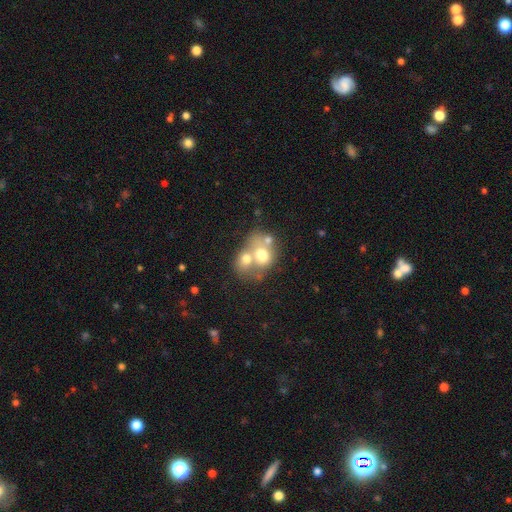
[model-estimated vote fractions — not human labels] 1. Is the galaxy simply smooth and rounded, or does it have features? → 53% smooth, 33% featured or disk, 14% star or artifact.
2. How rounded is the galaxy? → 58% round, 41% in between, 1% cigar-shaped.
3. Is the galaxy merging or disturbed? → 64% merger, 23% none, 7% minor disturbance, 6% major disturbance.